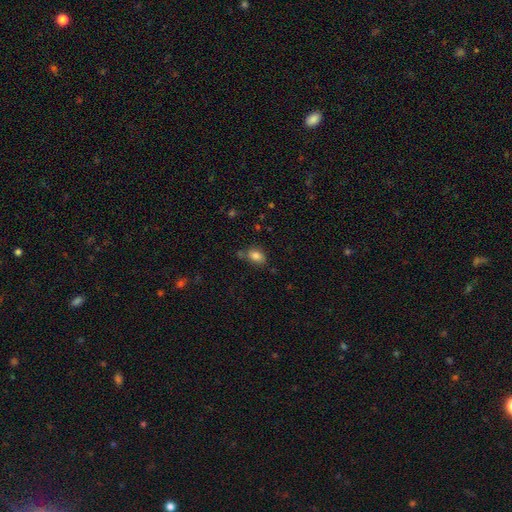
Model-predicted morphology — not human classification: Smooth or featured: smooth — 83% (star or artifact — 10%)
How rounded: in between — 83% (round — 16%)
Merging: none — 64% (minor disturbance — 19%)